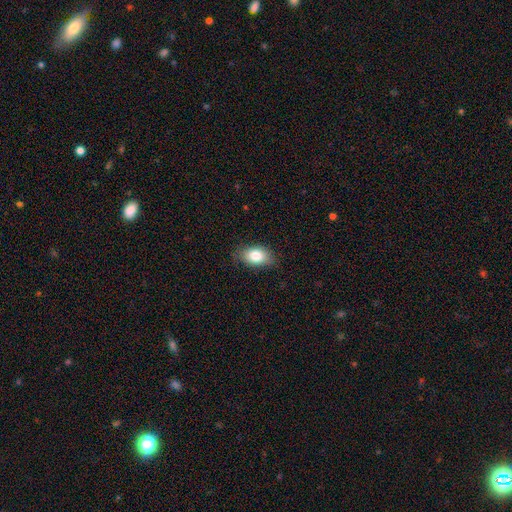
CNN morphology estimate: Smooth or featured: smooth — 82% (featured or disk — 11%)
How rounded: in between — 88% (round — 10%)
Merging: none — 78% (minor disturbance — 18%)